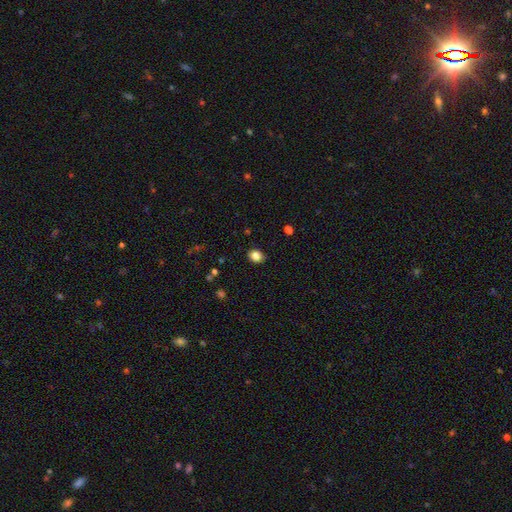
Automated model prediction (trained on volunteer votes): The model was most divided on "how rounded": in between: 51%, round: 48%, cigar-shaped: 1%. More confident: merging — none (88%); smooth or featured — smooth (84%).